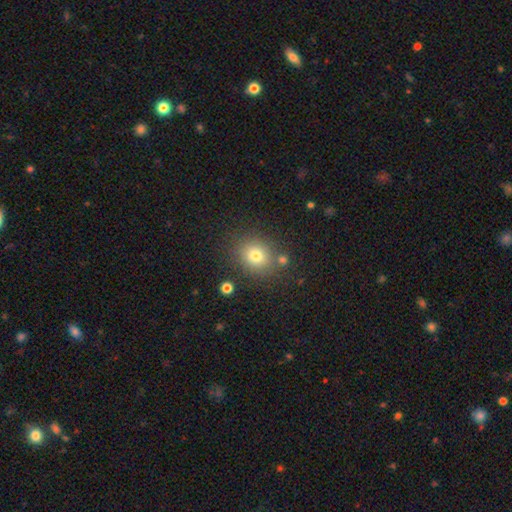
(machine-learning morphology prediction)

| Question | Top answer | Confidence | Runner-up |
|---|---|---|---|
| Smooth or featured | smooth | 75% | star or artifact (14%) |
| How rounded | round | 69% | in between (30%) |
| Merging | none | 79% | minor disturbance (11%) |